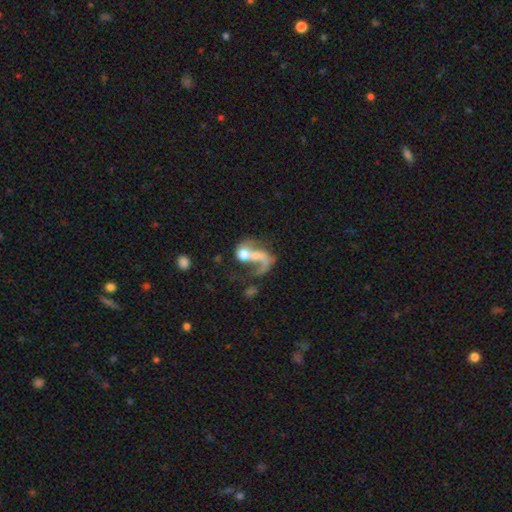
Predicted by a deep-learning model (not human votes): This is likely a featured or disk galaxy (65%). It is clearly not viewed edge-on (97%). Bar: likely no (67%). Spiral arm pattern: likely yes (74%). Central bulge: marginally moderate (42%). Merging: marginally merger (44%).